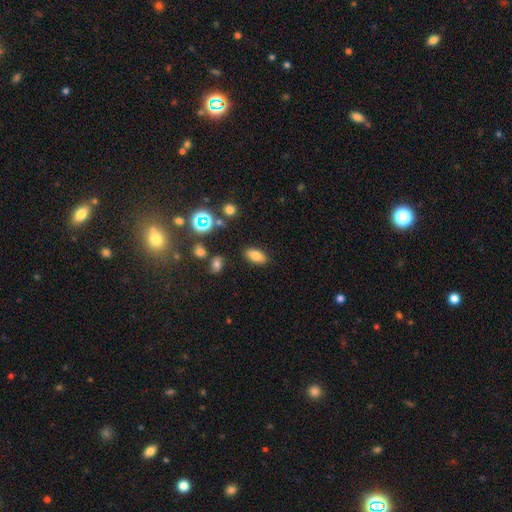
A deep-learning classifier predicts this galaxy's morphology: A smooth galaxy with no disk features (77%) that is in between round and cigar-shaped (86%). Merging: none (86%).